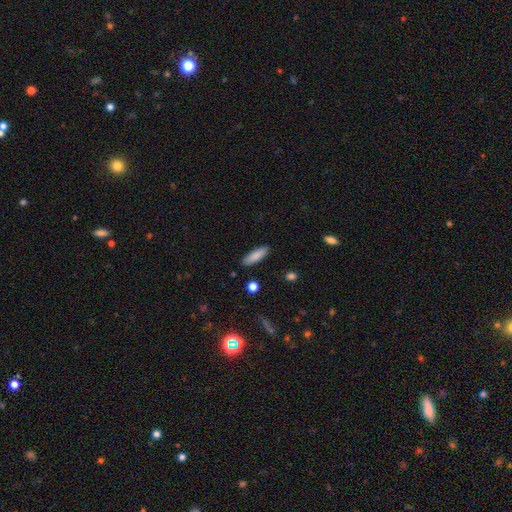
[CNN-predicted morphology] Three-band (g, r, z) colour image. It shows a smooth galaxy with no disk features (86%) that is cigar-shaped (58%). Merging: none (89%).